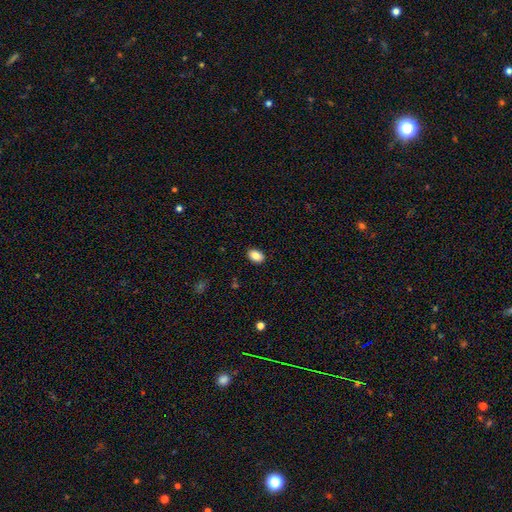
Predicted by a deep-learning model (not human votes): Overall: smooth (86%). How rounded: in between (83%). Merging: none (89%).